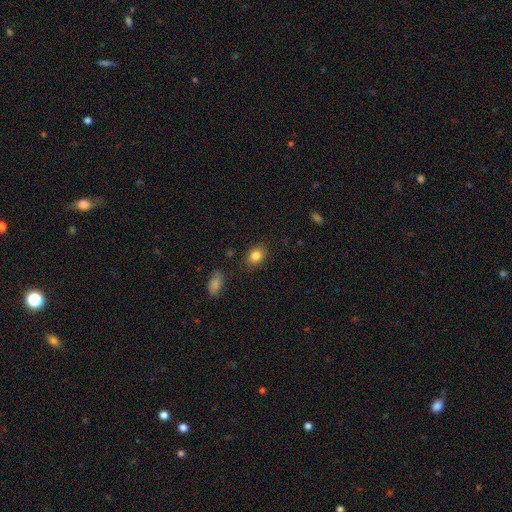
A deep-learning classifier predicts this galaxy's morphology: Smooth or featured?
  - smooth: 84% *
  - star or artifact: 9%
  - featured or disk: 6%
How rounded?
  - in between: 59% *
  - round: 40%
  - cigar-shaped: 1%
Merging?
  - none: 85% *
  - minor disturbance: 10%
  - major disturbance: 3%
  - merger: 2%